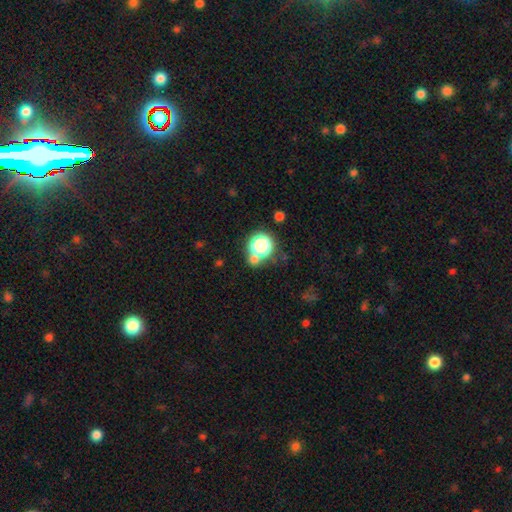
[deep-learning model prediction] A smooth galaxy with no disk features (46%, tied with star or artifact).

Vote fractions:
- Smooth or featured? smooth: 46% (tied) / star or artifact: 46% (tied) / featured or disk: 8%
- Merging? none: 68% / merger: 17% / minor disturbance: 10% / major disturbance: 6%